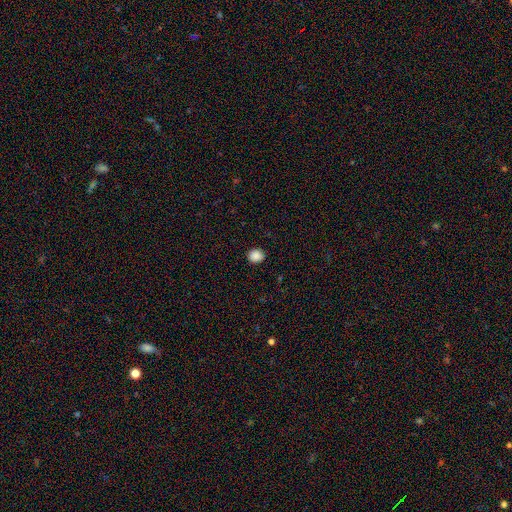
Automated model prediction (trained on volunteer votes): smooth 88%, star or artifact 9%, featured or disk 3%. Down the decision tree: how rounded — round (73%); merging — none (90%).